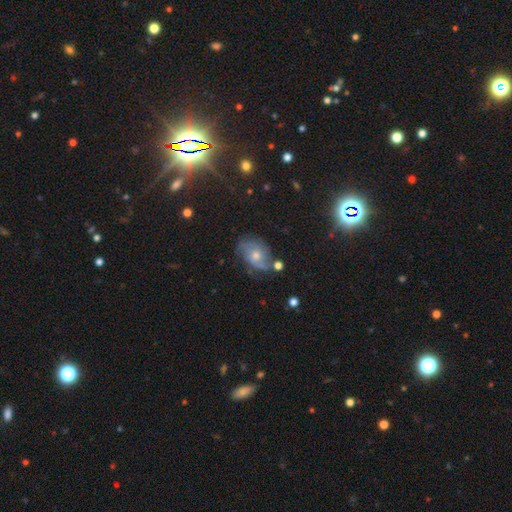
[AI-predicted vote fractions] A featured or disk galaxy (57%) with no bar (75%), spiral arms (84%) and a moderate central bulge (59%). Merging: none (64%).